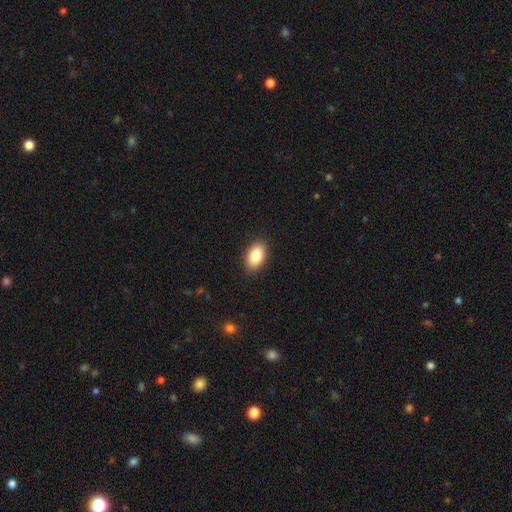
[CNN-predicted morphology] This appears to be a smooth galaxy with no disk features (84%) that is in between round and cigar-shaped (91%). Merging: none (89%).